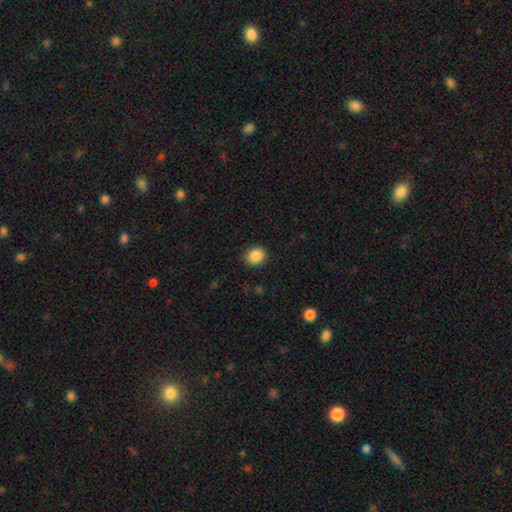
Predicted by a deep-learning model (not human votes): Smooth or featured: smooth — 87% (star or artifact — 9%)
How rounded: round — 76% (in between — 23%)
Merging: none — 89% (minor disturbance — 8%)